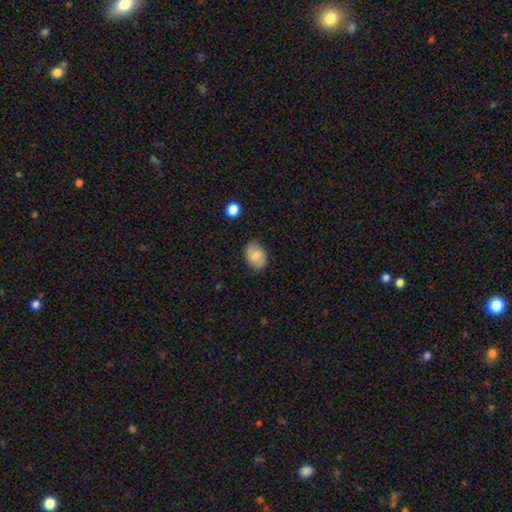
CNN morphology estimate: A smooth galaxy with no disk features (70%) that is in between round and cigar-shaped (82%). Merging: none (78%).